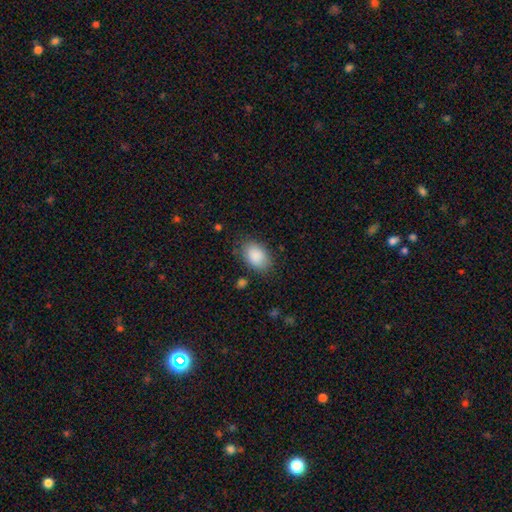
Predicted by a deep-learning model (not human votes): Morphology: type=smooth (89%); roundness=in between (88%); merging=none (79%).